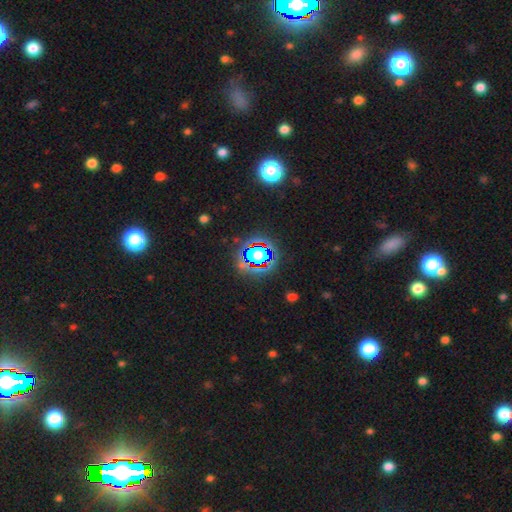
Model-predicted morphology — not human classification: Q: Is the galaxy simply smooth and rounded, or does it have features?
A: star or artifact — 62%.